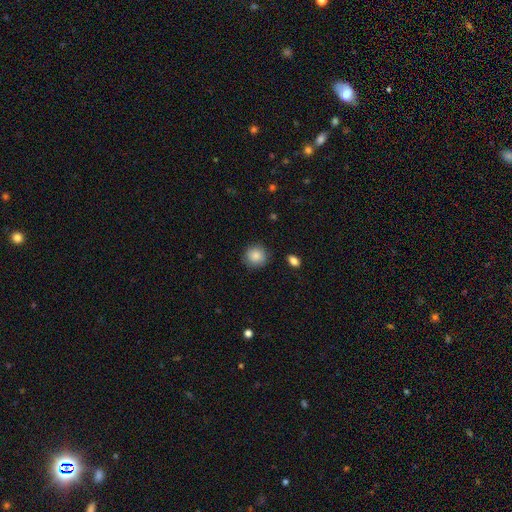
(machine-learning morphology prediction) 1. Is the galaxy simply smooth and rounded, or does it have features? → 86% smooth, 8% star or artifact, 6% featured or disk.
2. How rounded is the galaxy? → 90% round, 9% in between, 1% cigar-shaped.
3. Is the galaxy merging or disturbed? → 85% none, 11% minor disturbance, 3% major disturbance, 1% merger.